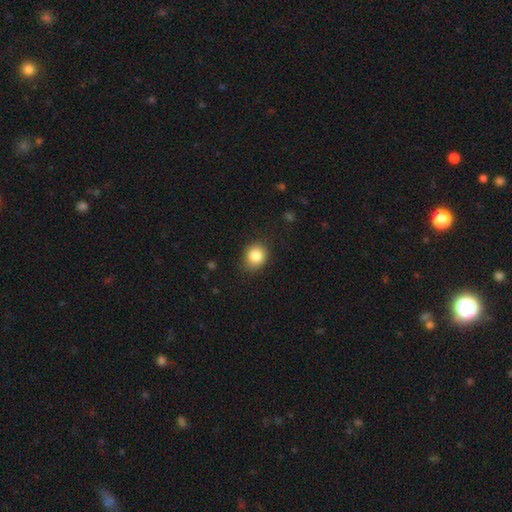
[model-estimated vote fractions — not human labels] smooth_or_featured: smooth (p=0.84) [alt: star or artifact p=0.10]
how_rounded: round (p=0.71) [alt: in between p=0.28]
merging: none (p=0.82) [alt: minor disturbance p=0.14]